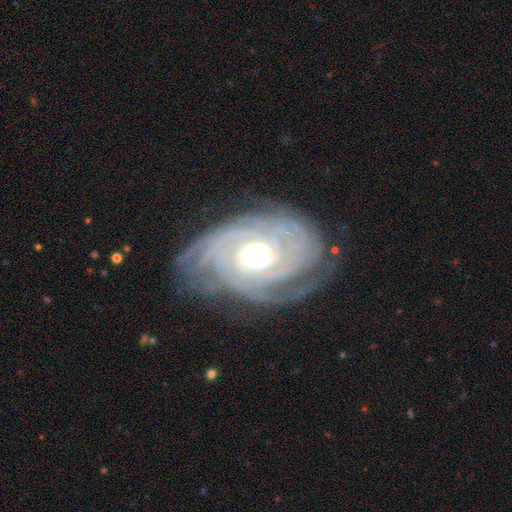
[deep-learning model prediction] This appears to be a featured or disk galaxy (90%) with no bar (79%), tight (80%) spiral arms (97%) and a moderate central bulge (66%). Merging: none (73%).